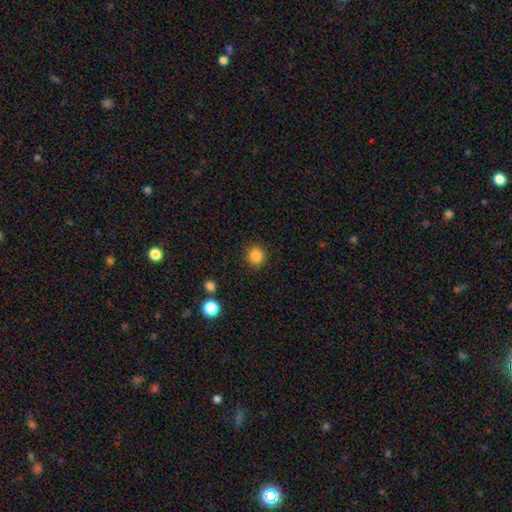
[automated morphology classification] Overall: smooth (86%). How rounded: round (90%). Merging: none (90%).